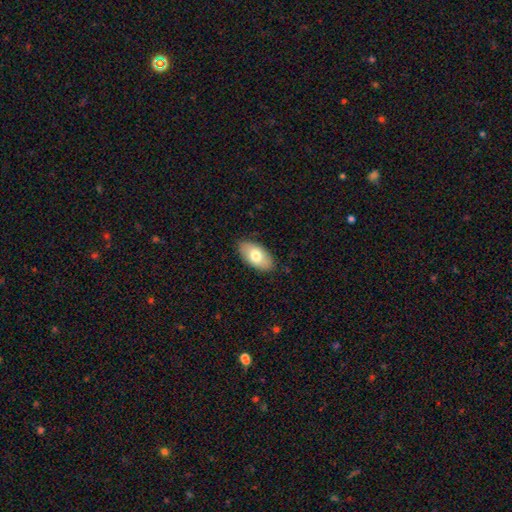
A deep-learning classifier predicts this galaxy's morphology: Smooth or featured?
  - smooth: 75% *
  - featured or disk: 19%
  - star or artifact: 6%
How rounded?
  - in between: 94% *
  - cigar-shaped: 3%
  - round: 3%
Merging?
  - none: 87% *
  - minor disturbance: 10%
  - major disturbance: 2%
  - merger: 1%